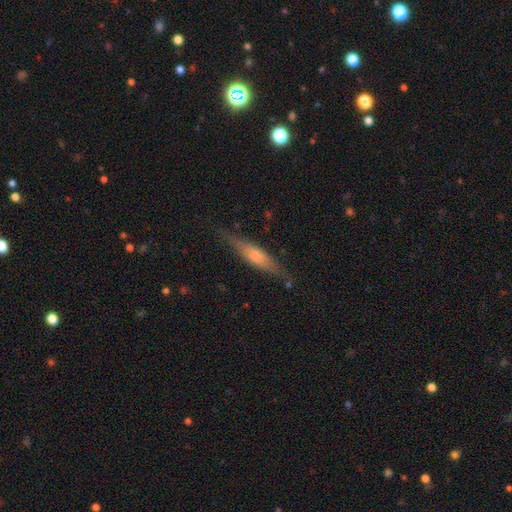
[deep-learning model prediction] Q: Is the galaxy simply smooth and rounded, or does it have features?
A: smooth — 47%.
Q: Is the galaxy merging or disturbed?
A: none — 79%.